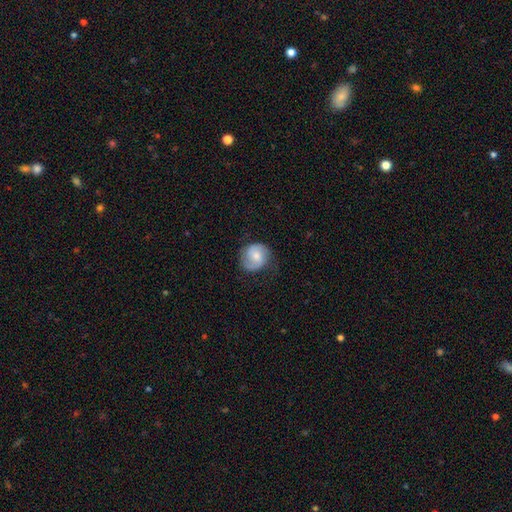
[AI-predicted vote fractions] The model was most divided on "bar": weak: 46%, no: 44%, strong: 10%. Remaining: edge-on disk — no (98%); spiral arms — yes (91%); spiral arm count — 2 (86%); merging — none (76%); smooth or featured — featured or disk (58%); bulge size — moderate (51%); spiral winding — medium (48%).